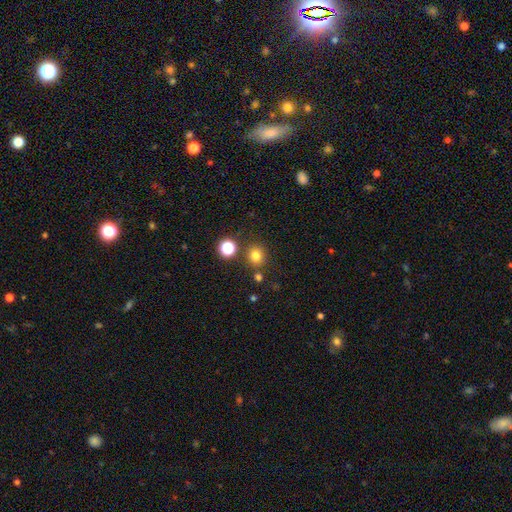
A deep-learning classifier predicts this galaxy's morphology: type=smooth (78%); roundness=round (84%); merging=none (82%).